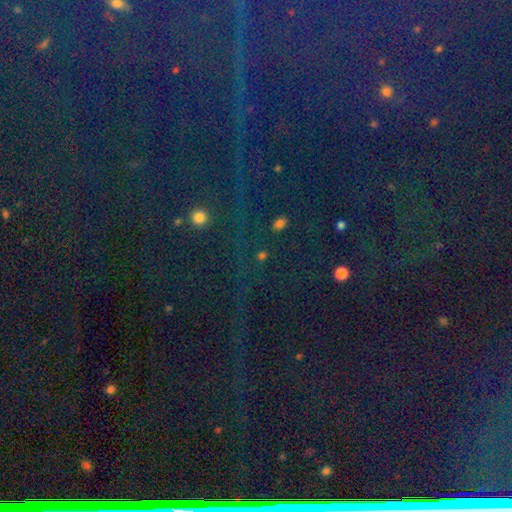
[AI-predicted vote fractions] This is clearly a star or artifact rather than a galaxy (84%).